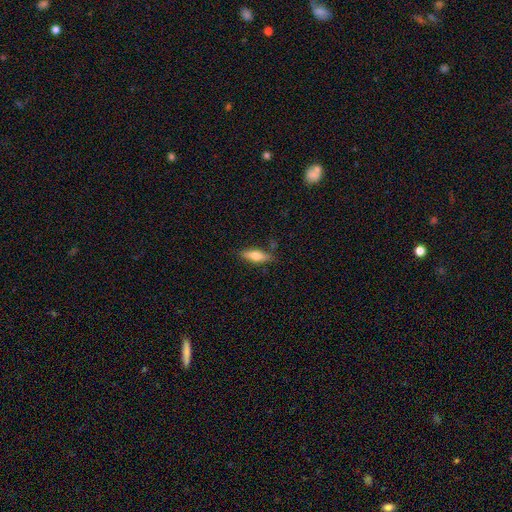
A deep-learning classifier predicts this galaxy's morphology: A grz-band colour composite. It shows a smooth galaxy with no disk features (66%) that is in between round and cigar-shaped (49%, tied with cigar-shaped). Merging: none (79%).